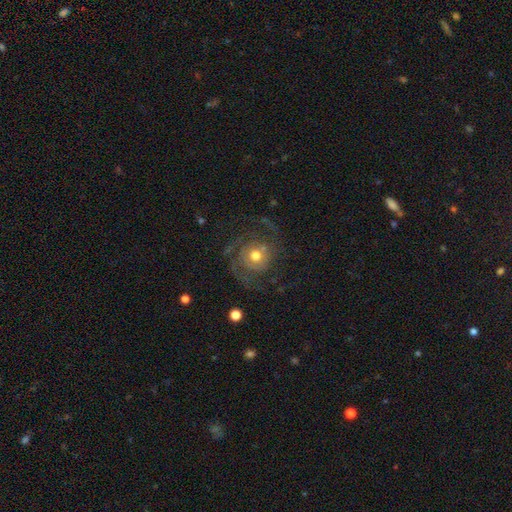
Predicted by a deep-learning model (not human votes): Smooth or featured? Predicted: featured or disk (p=0.72). Edge-on disk? Predicted: no (p=0.97). Bar? Predicted: no (p=0.81). Spiral arms? Predicted: yes (p=0.86). Spiral winding? Predicted: medium (p=0.41). Spiral arm count? Predicted: 2 (p=0.41). Bulge size? Predicted: moderate (p=0.72). Merging? Predicted: none (p=0.58).